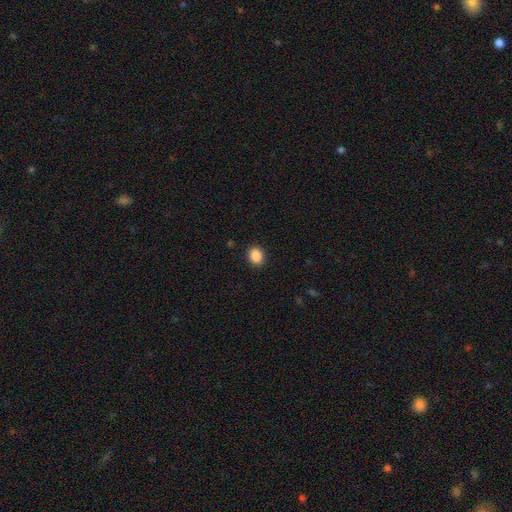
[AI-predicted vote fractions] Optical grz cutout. It shows a smooth galaxy with no disk features (89%) that is round (61%). Merging: none (91%).